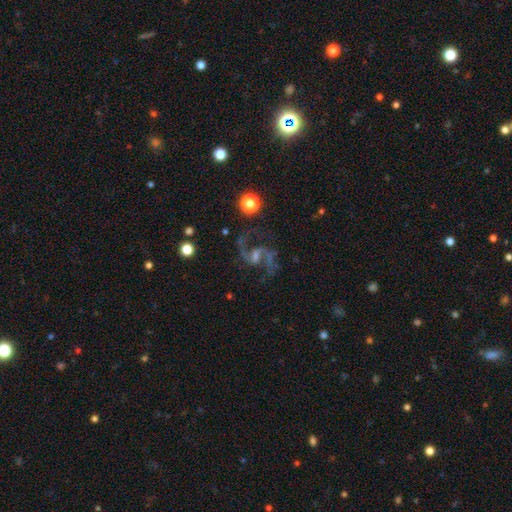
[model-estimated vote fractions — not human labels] Smooth or featured: featured or disk — 88% (star or artifact — 8%)
Edge-on disk: no — 98% (yes — 2%)
Bar: weak — 54% (no — 23%)
Spiral arms: yes — 97% (no — 3%)
Spiral winding: loose — 52% (medium — 42%)
Spiral arm count: 2 — 93% (can't tell — 2%)
Bulge size: small — 43% (moderate — 29%)
Merging: none — 72% (minor disturbance — 13%)